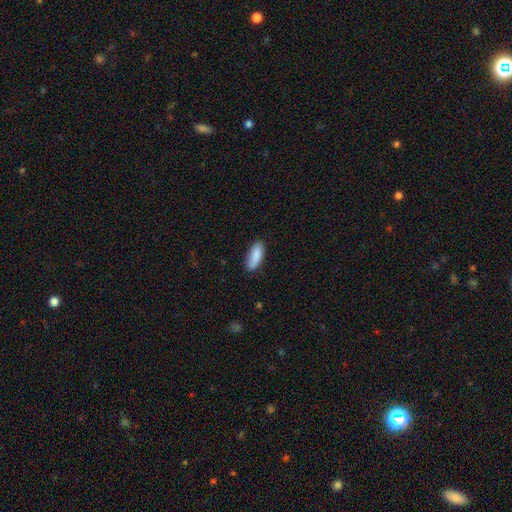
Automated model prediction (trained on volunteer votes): Smooth or featured? Predicted: smooth (p=0.88). How rounded? Predicted: in between (p=0.73). Merging? Predicted: none (p=0.81).